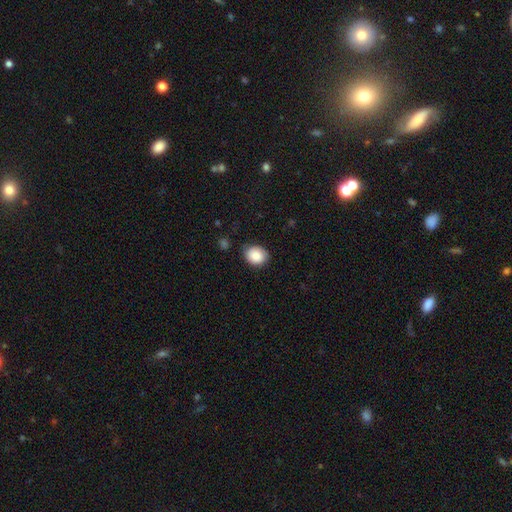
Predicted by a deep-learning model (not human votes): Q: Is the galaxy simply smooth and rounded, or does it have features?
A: smooth — 88%.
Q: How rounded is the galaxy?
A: round — 57%.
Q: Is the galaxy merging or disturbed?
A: none — 81%.